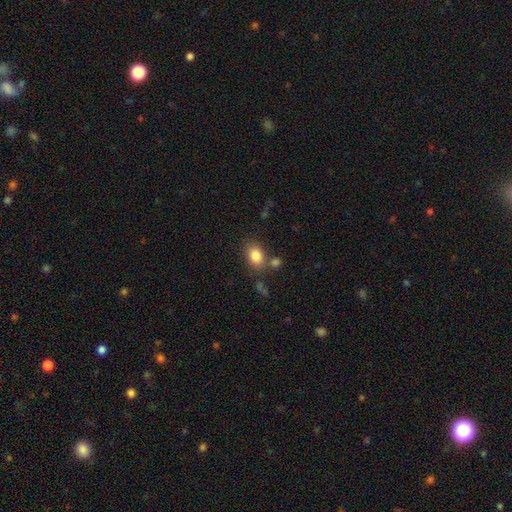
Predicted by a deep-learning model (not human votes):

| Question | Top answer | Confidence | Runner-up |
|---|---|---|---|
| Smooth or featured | smooth | 84% | star or artifact (9%) |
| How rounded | in between | 70% | round (29%) |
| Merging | none | 69% | minor disturbance (13%) |